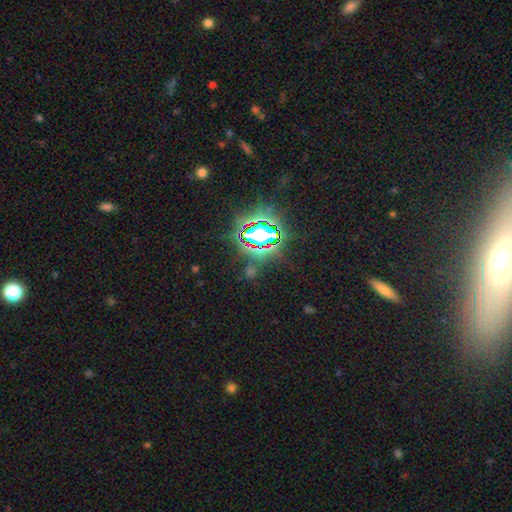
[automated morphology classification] This appears to be a star or artifact, not a galaxy (75%).